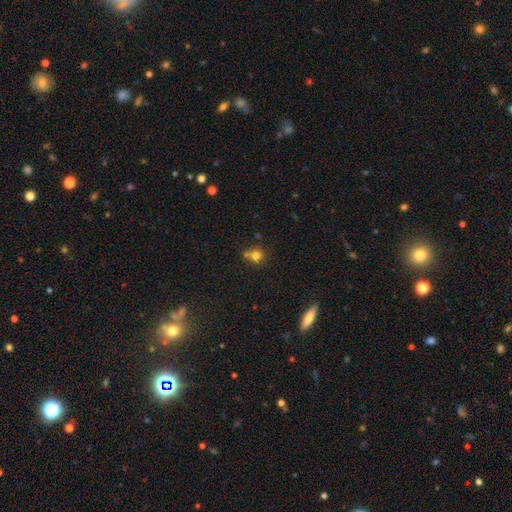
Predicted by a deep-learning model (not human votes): smooth-or-featured: smooth: 75% | star or artifact: 14% | featured or disk: 11%
  how-rounded: round: 89% | in between: 10% | cigar-shaped: 1%
  merging: none: 56% | merger: 31% | minor disturbance: 9% | major disturbance: 3%